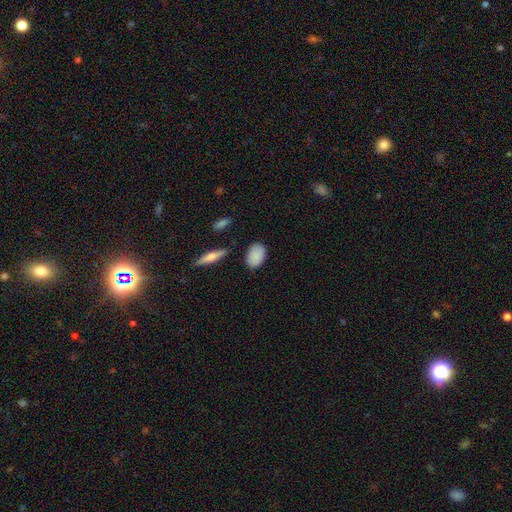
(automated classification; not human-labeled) smooth_or_featured: smooth (p=0.87) [alt: star or artifact p=0.07]
how_rounded: in between (p=0.88) [alt: round p=0.10]
merging: none (p=0.81) [alt: minor disturbance p=0.14]